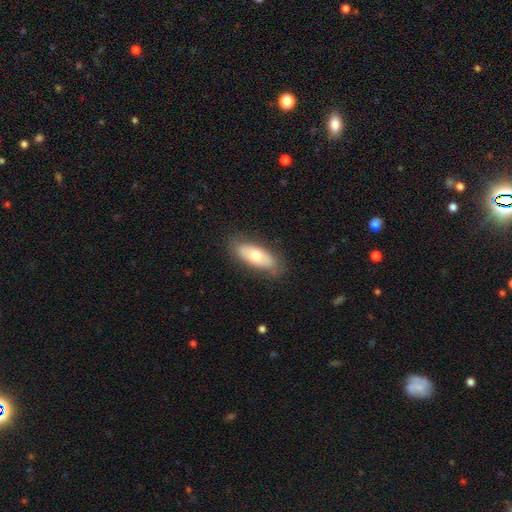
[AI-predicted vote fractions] Overall: smooth (63%; featured or disk 31%). How rounded: in between (78%). Merging: none (83%).